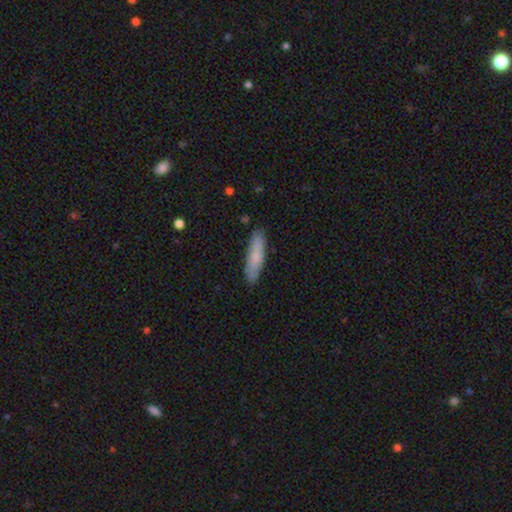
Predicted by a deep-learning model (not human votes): Morphology: type=smooth (78%); roundness=cigar-shaped (71%); merging=none (85%).